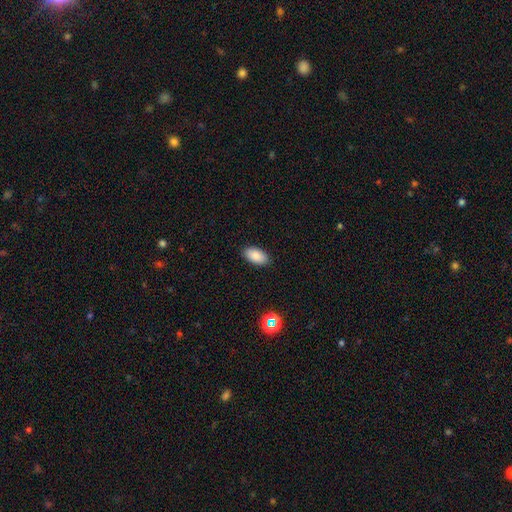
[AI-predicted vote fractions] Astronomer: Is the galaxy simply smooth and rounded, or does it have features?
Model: smooth — 87%.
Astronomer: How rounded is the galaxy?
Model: in between — 94%.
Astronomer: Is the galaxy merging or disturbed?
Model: none — 89%.